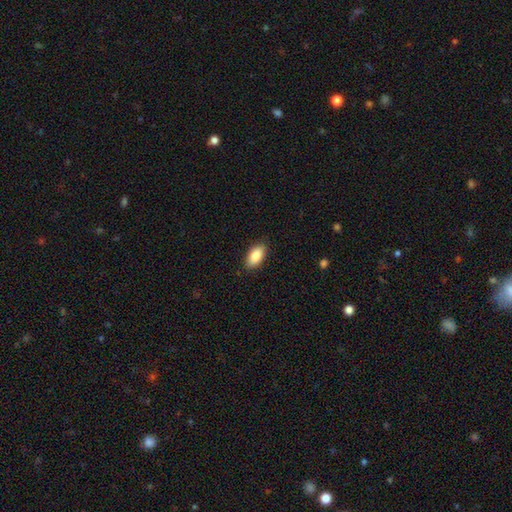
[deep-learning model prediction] Smooth or featured? Predicted: smooth (p=0.88). How rounded? Predicted: in between (p=0.93). Merging? Predicted: none (p=0.87).